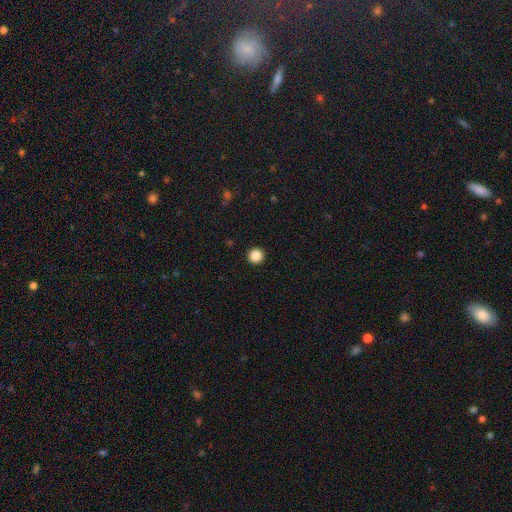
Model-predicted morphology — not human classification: Smooth or featured? smooth (87%)
How rounded? round (96%)
Merging? none (94%)